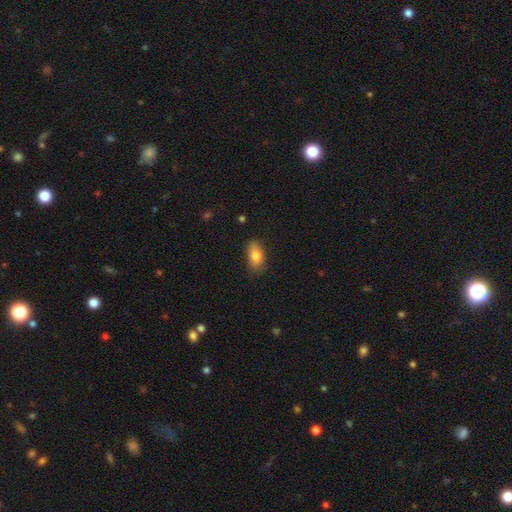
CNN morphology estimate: A smooth galaxy with no disk features (82%) that is in between round and cigar-shaped (88%).

Vote fractions:
- Smooth or featured? smooth: 82% / featured or disk: 10% / star or artifact: 8%
- How rounded? in between: 88% / round: 7% / cigar-shaped: 5%
- Merging? none: 73% / minor disturbance: 22% / major disturbance: 4% / merger: 1%